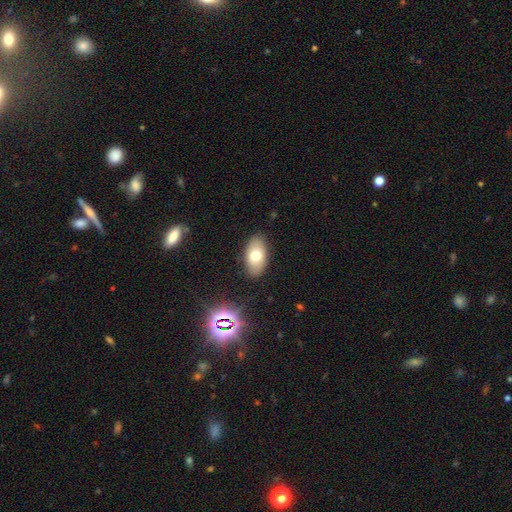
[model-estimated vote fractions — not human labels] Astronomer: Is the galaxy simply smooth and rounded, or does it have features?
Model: smooth — 72%.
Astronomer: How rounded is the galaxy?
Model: in between — 93%.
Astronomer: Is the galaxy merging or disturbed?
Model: none — 86%.